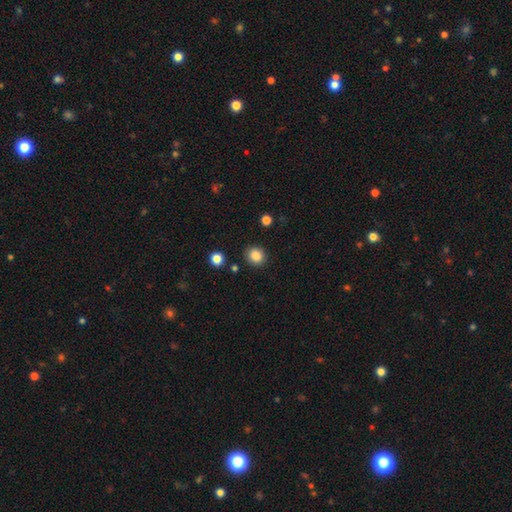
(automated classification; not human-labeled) Overall: smooth (86%). How rounded: round (83%). Merging: none (88%).